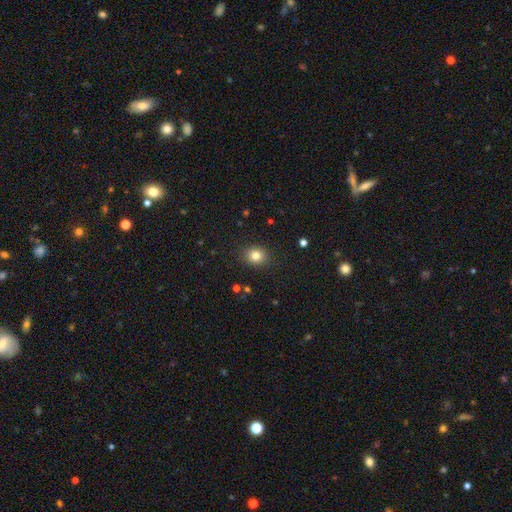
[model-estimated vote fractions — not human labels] Q: Smooth or featured?
A: smooth (81%); runner-up: star or artifact (12%)
Q: How rounded?
A: round (70%); runner-up: in between (29%)
Q: Merging?
A: none (88%); runner-up: minor disturbance (8%)